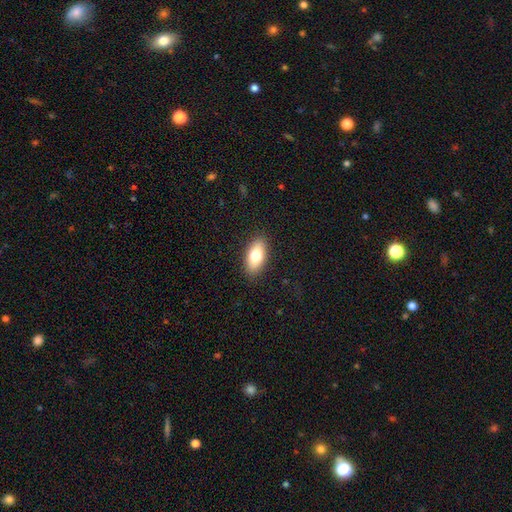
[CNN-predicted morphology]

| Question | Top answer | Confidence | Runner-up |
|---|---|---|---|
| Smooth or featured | smooth | 76% | featured or disk (17%) |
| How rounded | in between | 87% | cigar-shaped (10%) |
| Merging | none | 88% | minor disturbance (8%) |